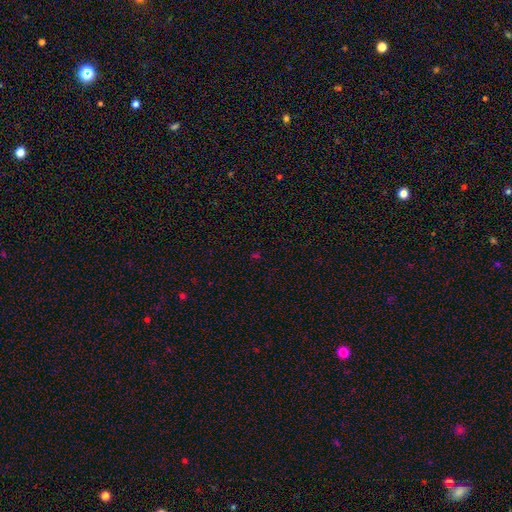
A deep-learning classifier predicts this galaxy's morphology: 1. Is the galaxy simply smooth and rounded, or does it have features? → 60% star or artifact, 32% smooth, 7% featured or disk.